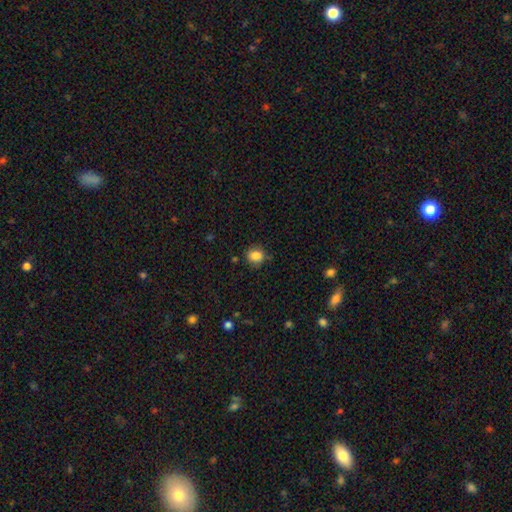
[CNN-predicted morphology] A smooth galaxy with no disk features (84%) that is round (71%). Merging: none (78%).